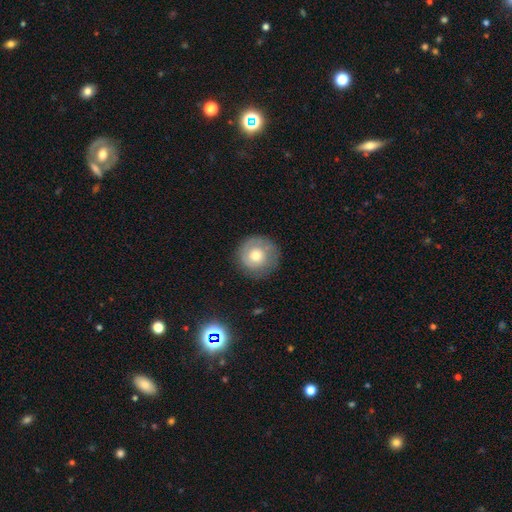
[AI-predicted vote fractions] smooth_or_featured: smooth (p=0.60) [alt: featured or disk p=0.33]
how_rounded: round (p=0.94) [alt: in between p=0.05]
merging: none (p=0.80) [alt: minor disturbance p=0.14]